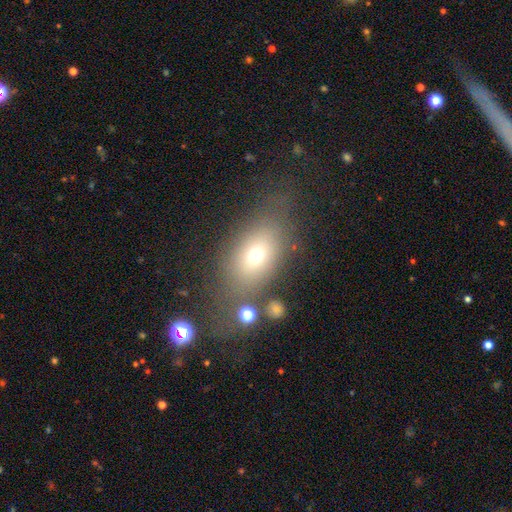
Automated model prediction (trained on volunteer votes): A smooth galaxy with no disk features (66%) that is in between round and cigar-shaped (74%).

Vote fractions:
- Smooth or featured? smooth: 66% / featured or disk: 19% / star or artifact: 15%
- How rounded? in between: 74% / round: 20% / cigar-shaped: 5%
- Merging? none: 61% / minor disturbance: 17% / major disturbance: 15% / merger: 7%